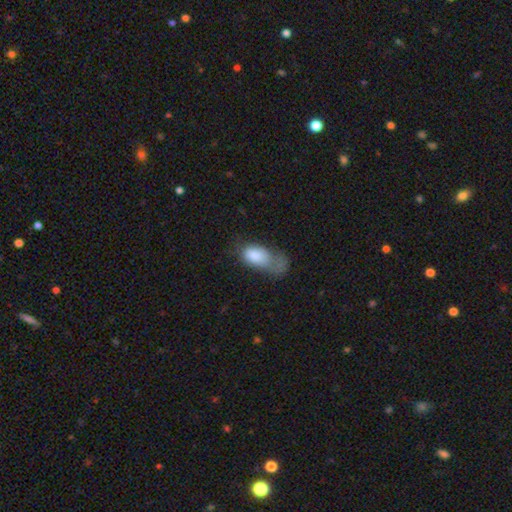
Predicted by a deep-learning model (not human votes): This appears to be a smooth galaxy with no disk features (79%) that is in between round and cigar-shaped (92%). Merging: major disturbance (45%).